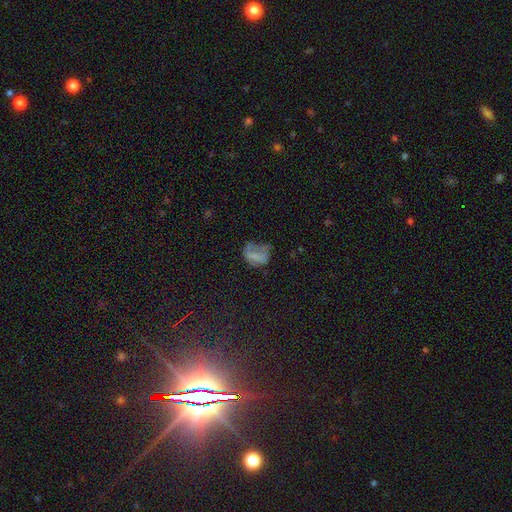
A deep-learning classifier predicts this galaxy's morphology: A smooth galaxy with no disk features (57%) that is in between round and cigar-shaped (58%). Merging: major disturbance (36%).